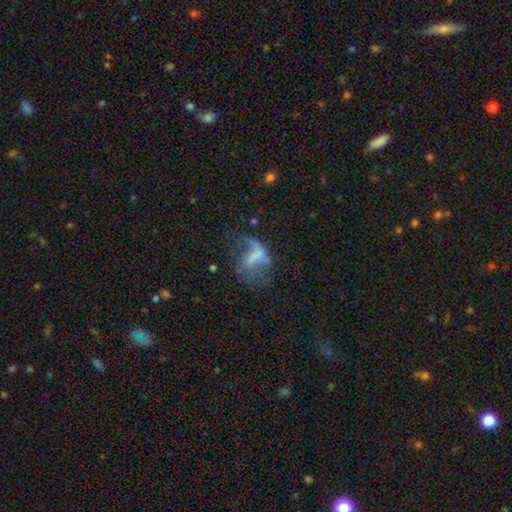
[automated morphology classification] The model was most divided on "merging": major disturbance: 50%, none: 25%, minor disturbance: 16%, merger: 10%. More confident: edge-on disk — no (95%); spiral arms — no (67%); bulge size — none (65%); bar — no (55%); smooth or featured — featured or disk (55%).